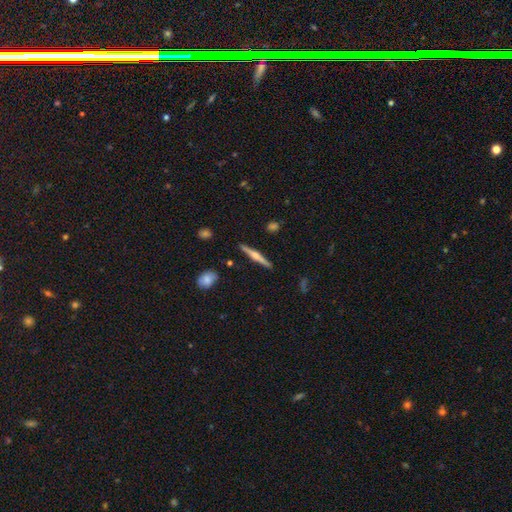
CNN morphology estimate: A featured or disk galaxy (65%) viewed edge-on (98%) with a rounded central bulge (84%).

Vote fractions:
- Smooth or featured? featured or disk: 65% / smooth: 29% / star or artifact: 6%
- Edge-on disk? yes: 98% / no: 2%
- Edge-on bulge? rounded: 84% / boxy: 9% / none: 7%
- Merging? none: 90% / minor disturbance: 7% / merger: 2% / major disturbance: 2%